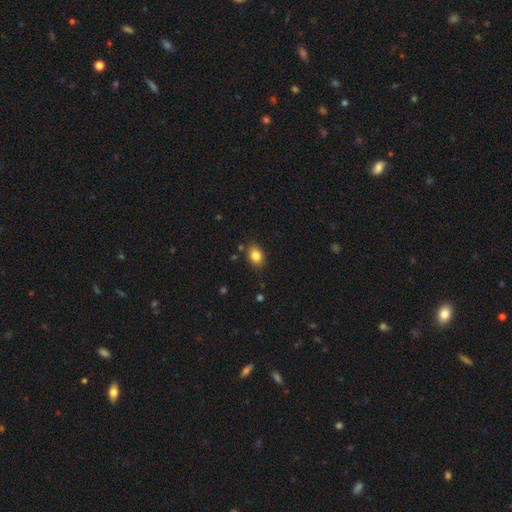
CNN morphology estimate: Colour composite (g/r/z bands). It shows a smooth galaxy with no disk features (84%) that is in between round and cigar-shaped (68%). Merging: none (84%).